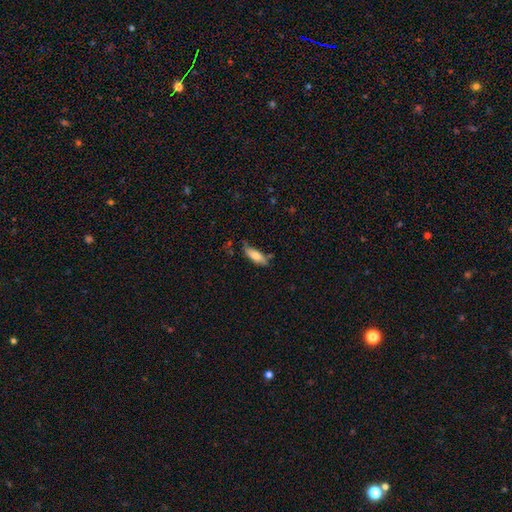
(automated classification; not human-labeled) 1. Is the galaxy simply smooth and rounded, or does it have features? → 73% smooth, 21% featured or disk, 7% star or artifact.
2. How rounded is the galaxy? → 57% in between, 41% cigar-shaped, 2% round.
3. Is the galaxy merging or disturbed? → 66% none, 24% minor disturbance, 5% major disturbance, 5% merger.